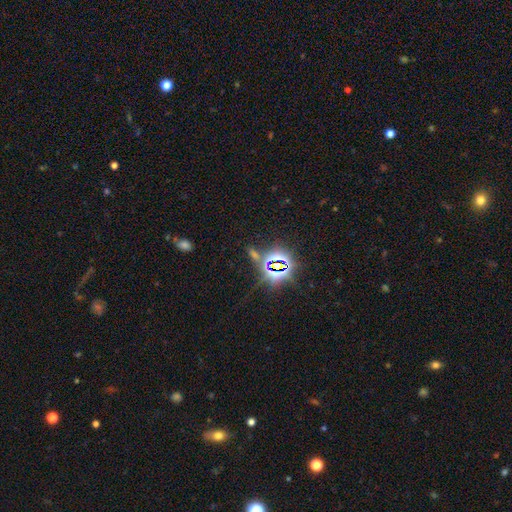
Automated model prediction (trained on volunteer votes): Q: Smooth or featured?
A: star or artifact (79%); runner-up: smooth (12%)